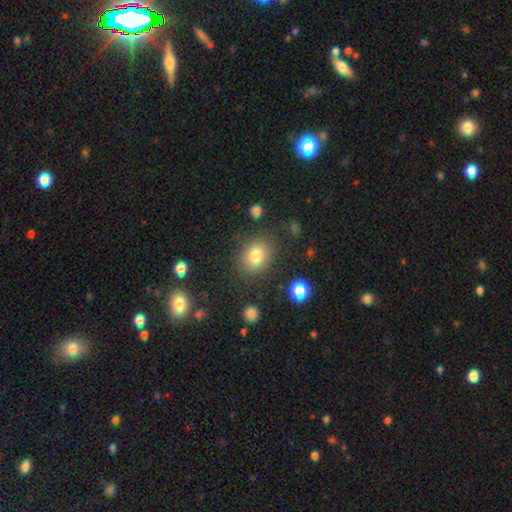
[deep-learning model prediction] This appears to be a smooth galaxy with no disk features (80%) that is round (51%). Merging: none (78%).